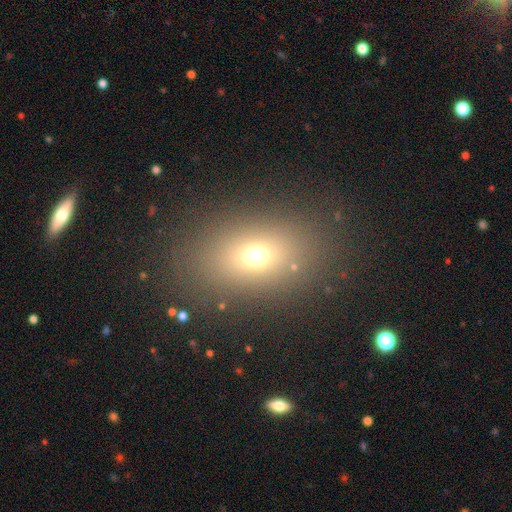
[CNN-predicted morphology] type=smooth (66%); roundness=in between (74%); merging=none (84%).